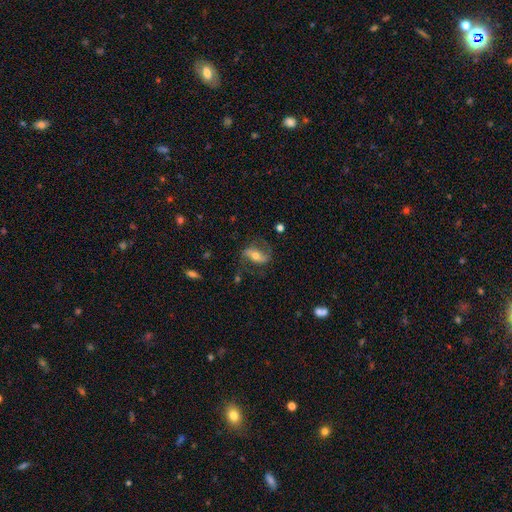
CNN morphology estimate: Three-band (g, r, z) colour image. It shows a featured or disk galaxy (70%) with a strong bar (52%), 2 (88%) loose (49%) spiral arms (86%) and a moderate central bulge (63%). Merging: none (68%).